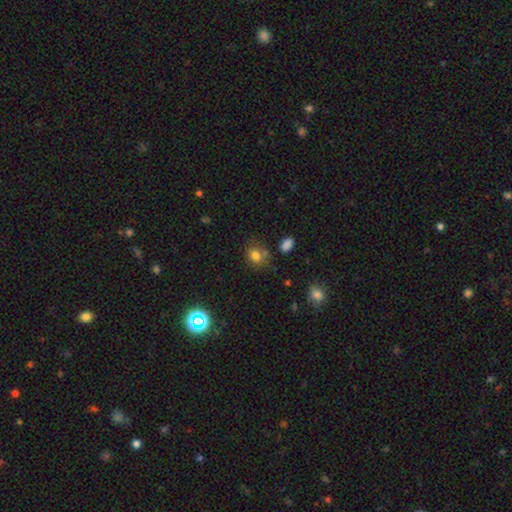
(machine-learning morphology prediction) Overall: smooth (77%). How rounded: round (57%; in between 42%). Merging: none (63%).